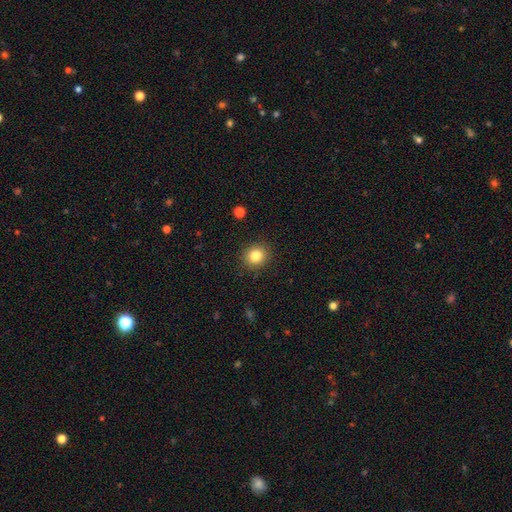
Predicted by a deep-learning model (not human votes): Q: Smooth or featured?
A: smooth (82%); runner-up: star or artifact (11%)
Q: How rounded?
A: round (86%); runner-up: in between (13%)
Q: Merging?
A: none (90%); runner-up: minor disturbance (7%)